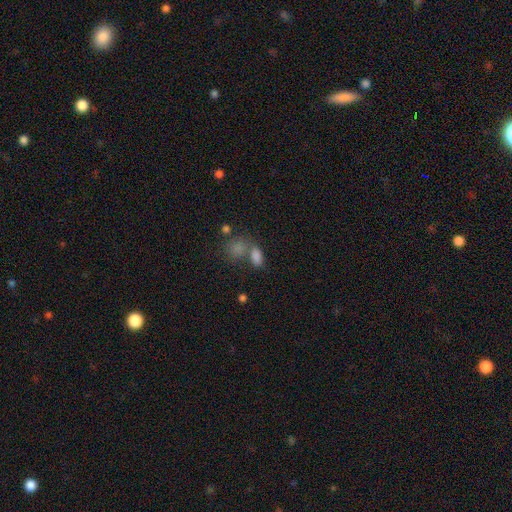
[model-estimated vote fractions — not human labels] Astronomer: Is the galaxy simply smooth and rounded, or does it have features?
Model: smooth — 81%.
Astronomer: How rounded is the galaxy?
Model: in between — 86%.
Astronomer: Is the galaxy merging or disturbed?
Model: none — 43% (runner-up: merger, 40%).